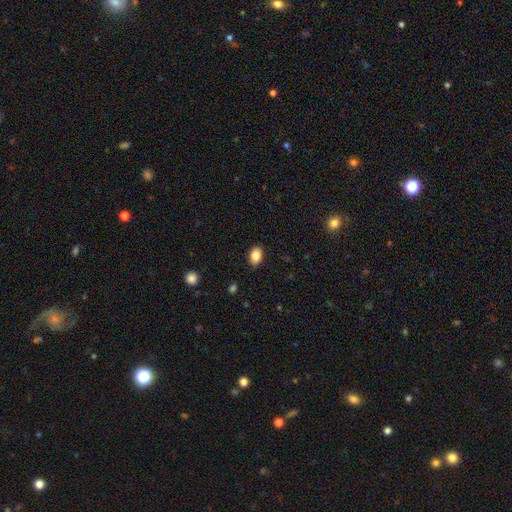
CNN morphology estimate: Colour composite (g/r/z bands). It shows a smooth galaxy with no disk features (83%) that is in between round and cigar-shaped (82%). Merging: none (81%).